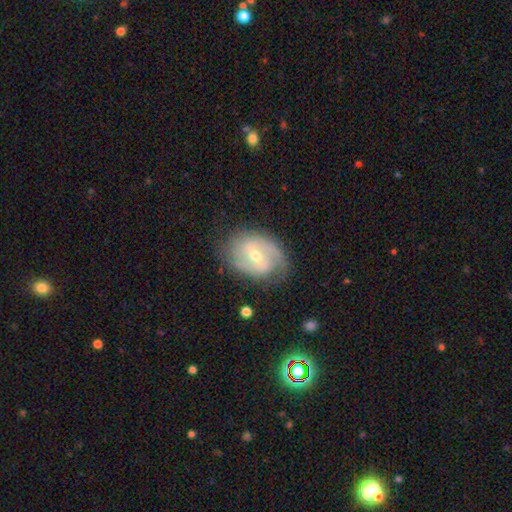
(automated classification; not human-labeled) A featured or disk galaxy (80%) with a weak bar (49%), 2 (71%) medium (44%) spiral arms (92%) and a moderate central bulge (54%).

Vote fractions:
- Smooth or featured? featured or disk: 80% / smooth: 14% / star or artifact: 6%
- Edge-on disk? no: 97% / yes: 3%
- Bar? weak: 49% / no: 33% / strong: 18%
- Spiral arms? yes: 92% / no: 8%
- Spiral winding? medium: 44% / tight: 37% / loose: 19%
- Spiral arm count? 2: 71% / can't tell: 14% / 3: 8% / 1: 5% / 4: 2% / more than 4: 2%
- Bulge size? moderate: 54% / small: 43% / large: 2% / none: 1% / dominant: 1%
- Merging? none: 75% / minor disturbance: 18% / major disturbance: 6% / merger: 1%